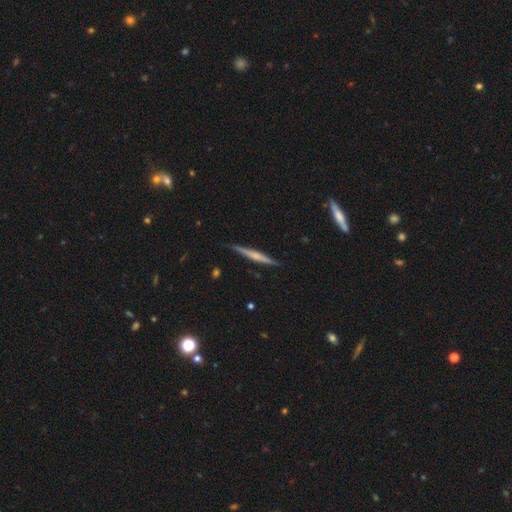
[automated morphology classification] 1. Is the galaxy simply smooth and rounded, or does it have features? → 56% featured or disk, 38% smooth, 6% star or artifact.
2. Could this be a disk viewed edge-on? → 97% yes, 3% no.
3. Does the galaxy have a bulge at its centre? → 51% rounded, 36% none, 13% boxy.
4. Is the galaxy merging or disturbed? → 87% none, 10% minor disturbance, 2% major disturbance, 1% merger.